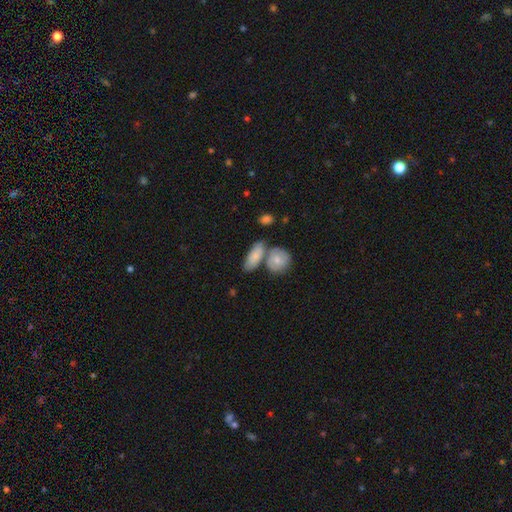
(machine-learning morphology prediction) Smooth or featured? smooth (74%)
How rounded? in between (78%)
Merging? none (46%)